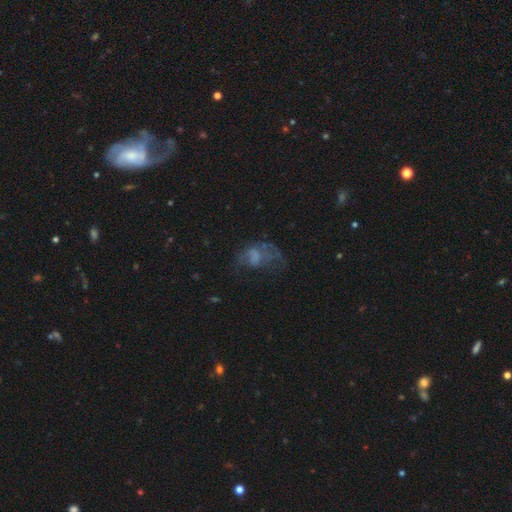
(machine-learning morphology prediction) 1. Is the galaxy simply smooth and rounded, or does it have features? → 43% featured or disk, 39% smooth, 18% star or artifact.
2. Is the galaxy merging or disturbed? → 48% major disturbance, 29% none, 19% minor disturbance, 4% merger.